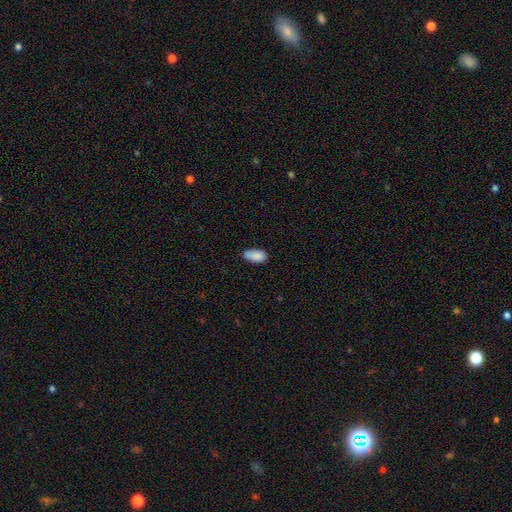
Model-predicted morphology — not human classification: This is clearly a smooth galaxy (87%). How rounded: clearly in between (92%). Merging: likely none (71%).